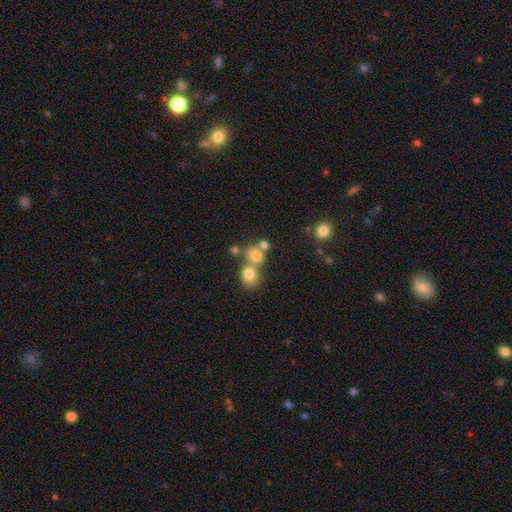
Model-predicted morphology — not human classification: type=smooth (75%); roundness=round (72%); merging=merger (48%).